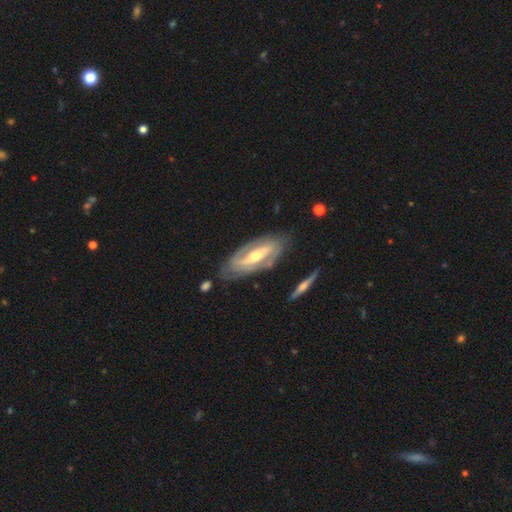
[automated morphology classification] Smooth or featured? featured or disk (81%)
Edge-on disk? no (86%)
Bar? strong (56%)
Spiral arms? yes (79%)
Spiral winding? tight (44%)
Spiral arm count? 2 (77%)
Bulge size? moderate (63%)
Merging? none (77%)